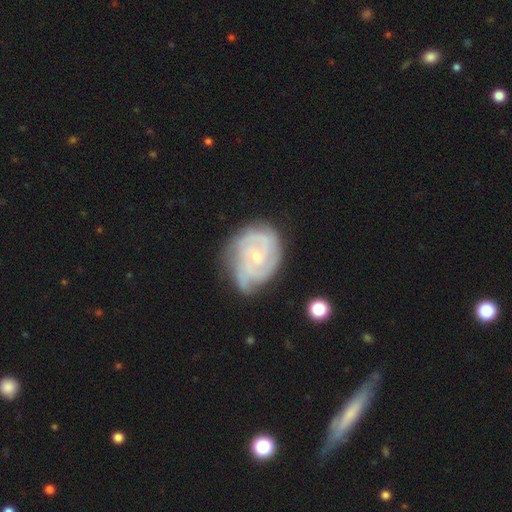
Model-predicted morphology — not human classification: The model was most divided on "spiral arm count": 3: 31%, can't tell: 25%, 2: 17%, 4: 17%, more than 4: 5%, 1: 5%. More confident: edge-on disk — no (98%); spiral arms — yes (96%); smooth or featured — featured or disk (85%); bulge size — small (73%); bar — no (68%); spiral winding — tight (66%); merging — none (61%).